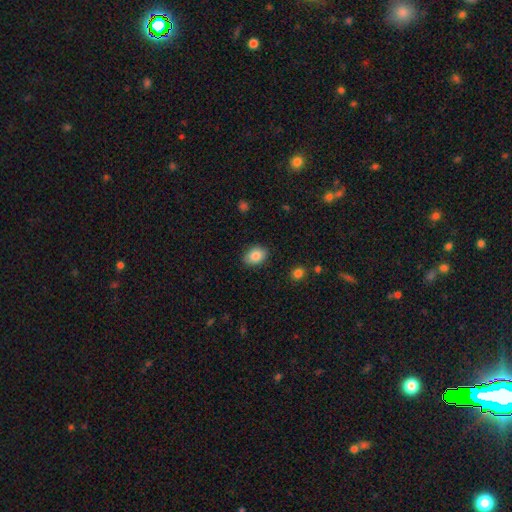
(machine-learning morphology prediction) Smooth or featured? Predicted: smooth (p=0.85). How rounded? Predicted: in between (p=0.76). Merging? Predicted: none (p=0.87).